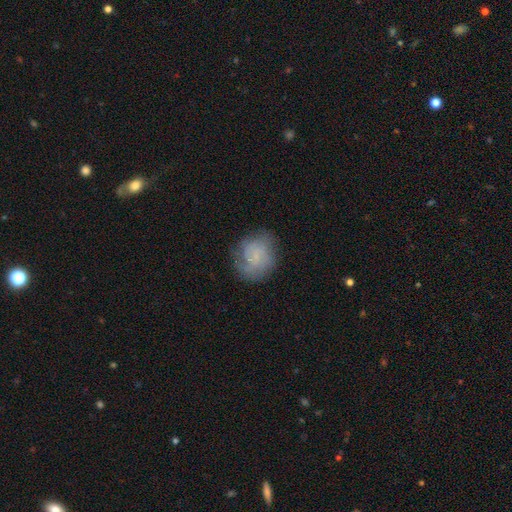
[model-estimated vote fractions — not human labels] smooth-or-featured: featured or disk: 51% | smooth: 40% | star or artifact: 10%
  disk-edge-on: no: 98% | yes: 2%
  merging: none: 69% | minor disturbance: 19% | major disturbance: 10% | merger: 1%